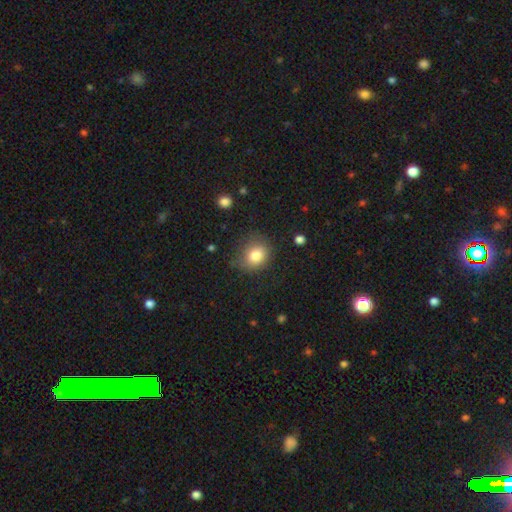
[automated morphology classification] A smooth galaxy with no disk features (81%) that is round (61%). Merging: none (72%).